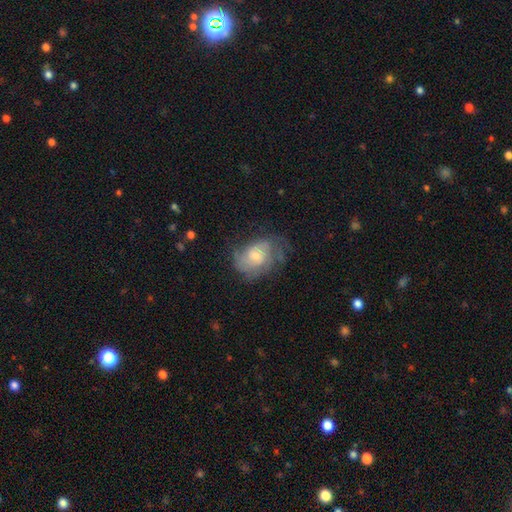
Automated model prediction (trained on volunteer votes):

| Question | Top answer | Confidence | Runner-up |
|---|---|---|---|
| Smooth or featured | featured or disk | 62% | smooth (30%) |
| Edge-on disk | no | 97% | yes (3%) |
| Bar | no | 66% | weak (30%) |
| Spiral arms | yes | 81% | no (19%) |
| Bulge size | small | 46% | moderate (41%) |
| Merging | none | 51% | minor disturbance (27%) |